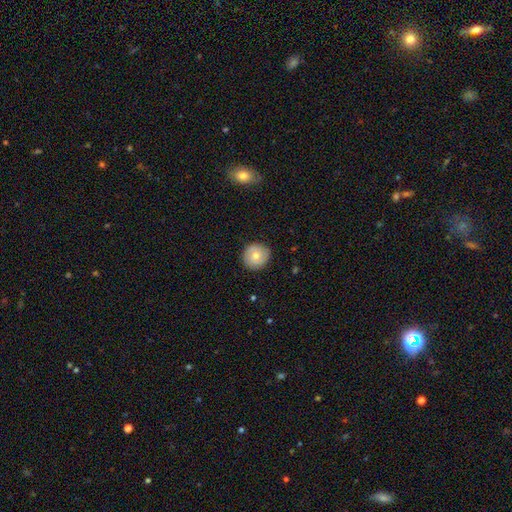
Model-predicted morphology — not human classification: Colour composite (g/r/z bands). It shows a smooth galaxy with no disk features (62%) that is round (91%). Merging: none (87%).